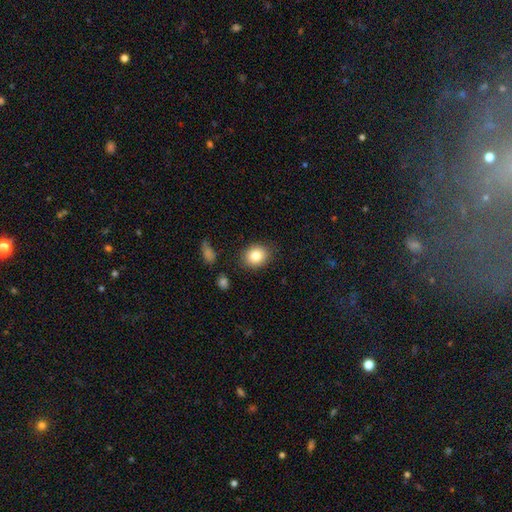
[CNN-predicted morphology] Q: Smooth or featured?
A: smooth (83%); runner-up: star or artifact (9%)
Q: How rounded?
A: round (64%); runner-up: in between (35%)
Q: Merging?
A: none (86%); runner-up: minor disturbance (9%)